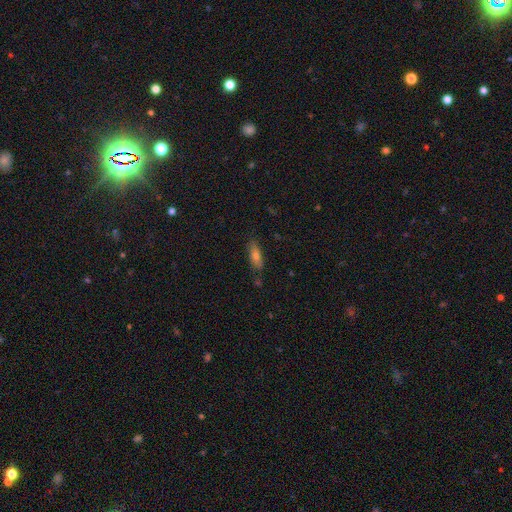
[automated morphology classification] type=smooth (69%); roundness=in between (54%); merging=none (78%).